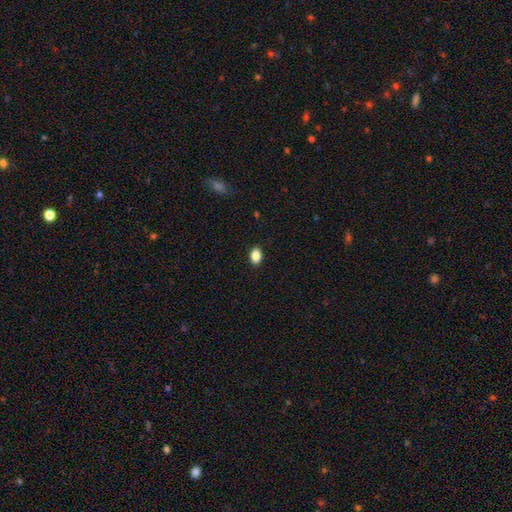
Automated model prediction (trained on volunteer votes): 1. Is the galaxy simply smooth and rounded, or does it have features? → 87% smooth, 9% star or artifact, 5% featured or disk.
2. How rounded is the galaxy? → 86% in between, 13% round, 2% cigar-shaped.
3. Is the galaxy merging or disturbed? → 89% none, 8% minor disturbance, 2% major disturbance, 1% merger.